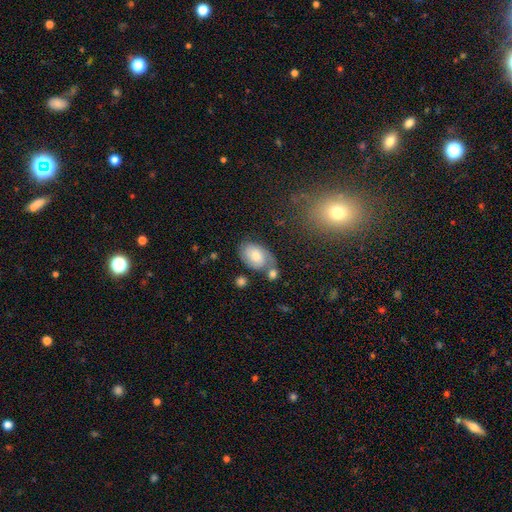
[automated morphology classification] Q: Smooth or featured?
A: smooth (55%); runner-up: featured or disk (36%)
Q: How rounded?
A: in between (86%); runner-up: round (13%)
Q: Merging?
A: none (48%); runner-up: merger (22%)